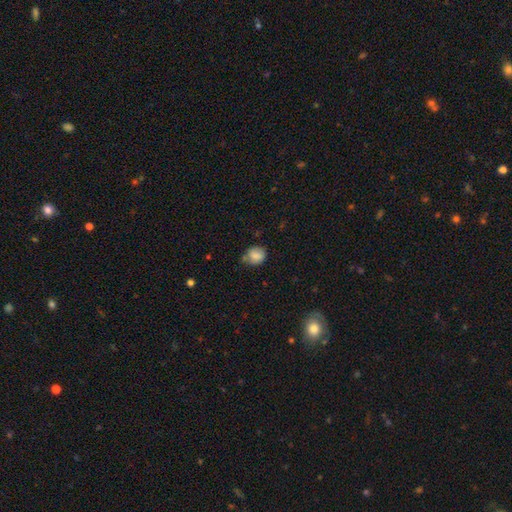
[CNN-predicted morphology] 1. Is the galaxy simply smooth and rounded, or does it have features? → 82% smooth, 9% featured or disk, 9% star or artifact.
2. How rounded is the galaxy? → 69% round, 30% in between, 1% cigar-shaped.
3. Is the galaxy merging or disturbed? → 57% none, 30% minor disturbance, 6% major disturbance, 6% merger.